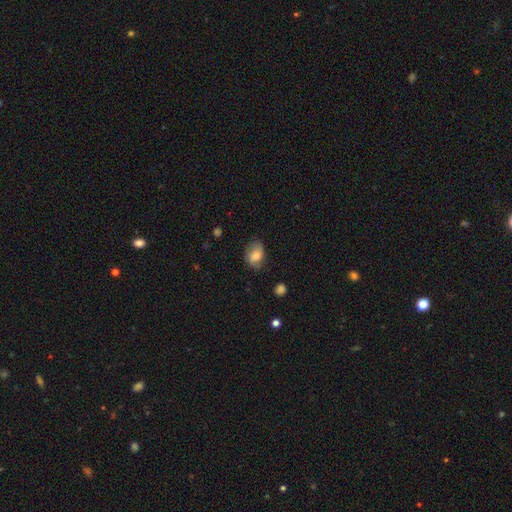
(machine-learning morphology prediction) Overall: smooth (62%; featured or disk 29%). How rounded: in between (72%). Merging: none (62%; minor disturbance 28%).